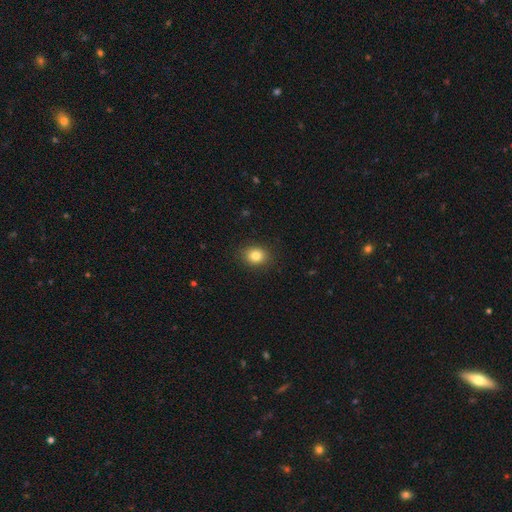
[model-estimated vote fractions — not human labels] Smooth or featured? Predicted: smooth (p=0.83). How rounded? Predicted: round (p=0.59). Merging? Predicted: none (p=0.89).